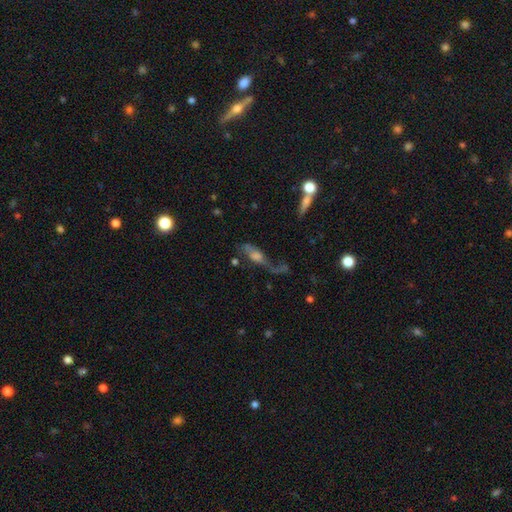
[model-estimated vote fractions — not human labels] Smooth or featured: featured or disk — 64% (smooth — 24%)
Edge-on disk: no — 69% (yes — 31%)
Merging: none — 41% (major disturbance — 31%)